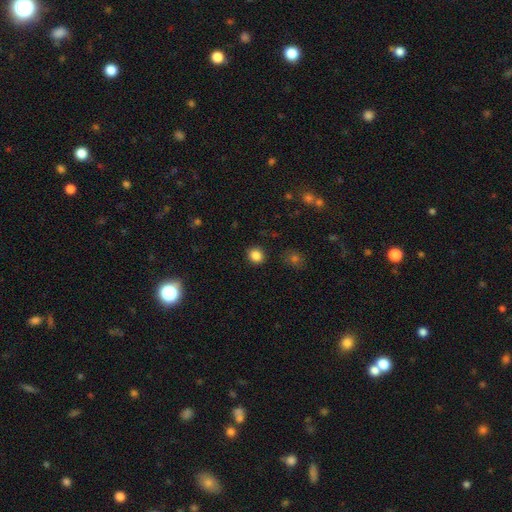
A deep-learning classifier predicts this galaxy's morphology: Overall: smooth (85%). How rounded: round (80%). Merging: none (90%).